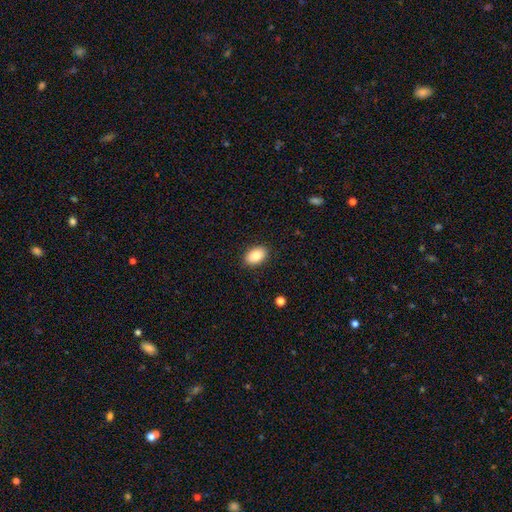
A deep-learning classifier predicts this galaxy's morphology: Q: Smooth or featured?
A: smooth (86%); runner-up: star or artifact (7%)
Q: How rounded?
A: in between (87%); runner-up: round (11%)
Q: Merging?
A: none (89%); runner-up: minor disturbance (8%)